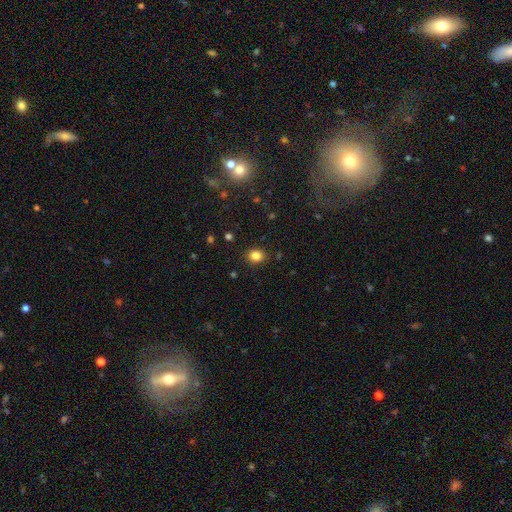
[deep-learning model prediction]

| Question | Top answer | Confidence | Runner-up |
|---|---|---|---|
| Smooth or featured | smooth | 84% | star or artifact (12%) |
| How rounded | round | 63% | in between (37%) |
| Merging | none | 89% | minor disturbance (8%) |